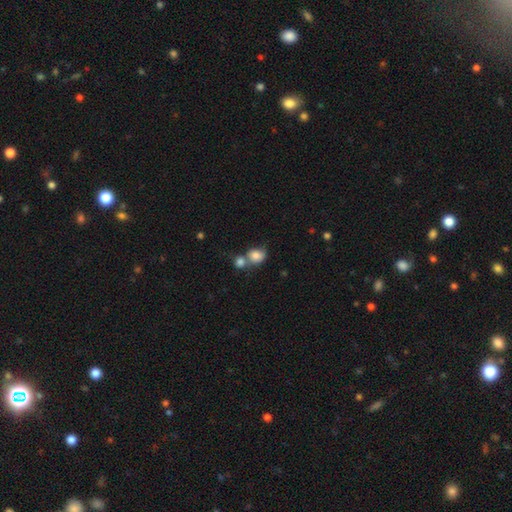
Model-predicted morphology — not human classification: Q: Smooth or featured?
A: smooth (81%); runner-up: featured or disk (10%)
Q: How rounded?
A: round (61%); runner-up: in between (38%)
Q: Merging?
A: merger (49%); runner-up: none (35%)